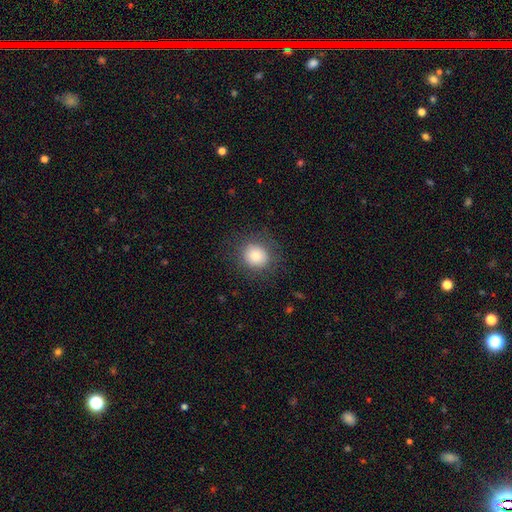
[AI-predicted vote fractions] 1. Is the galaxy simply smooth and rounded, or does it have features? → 84% smooth, 10% star or artifact, 7% featured or disk.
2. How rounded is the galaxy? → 85% round, 14% in between, 1% cigar-shaped.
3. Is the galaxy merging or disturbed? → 84% none, 10% minor disturbance, 5% major disturbance, 1% merger.